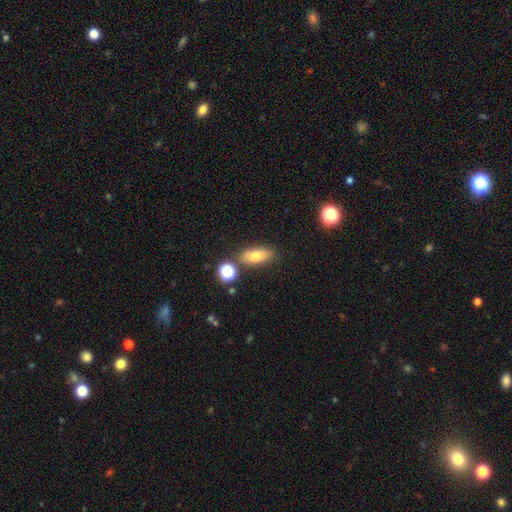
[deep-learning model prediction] smooth-or-featured: smooth: 74% | featured or disk: 16% | star or artifact: 10%
  how-rounded: in between: 77% | cigar-shaped: 16% | round: 7%
  merging: none: 78% | minor disturbance: 12% | merger: 7% | major disturbance: 3%